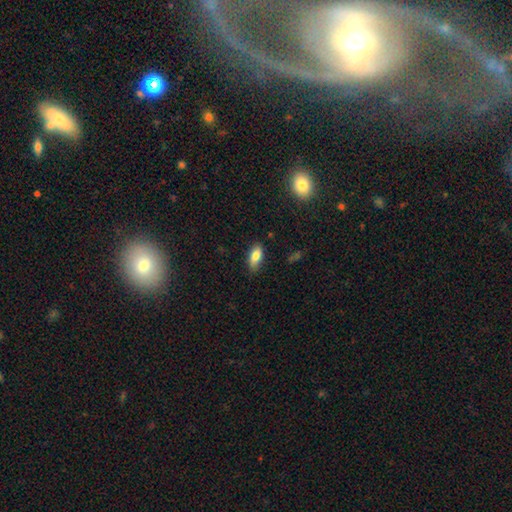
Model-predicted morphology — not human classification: A smooth galaxy with no disk features (82%) that is in between round and cigar-shaped (86%). Merging: none (77%).